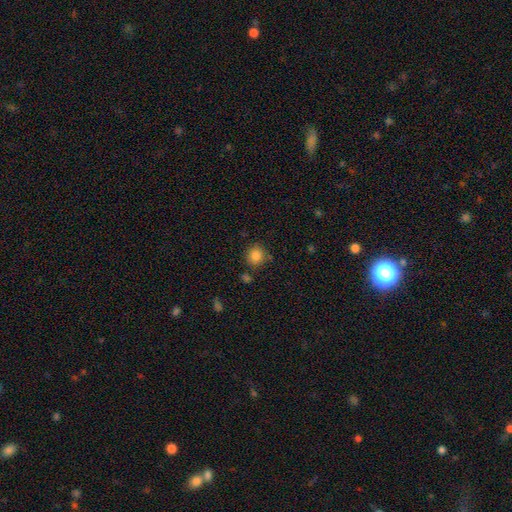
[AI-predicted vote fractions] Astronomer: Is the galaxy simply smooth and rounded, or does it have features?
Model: smooth — 84%.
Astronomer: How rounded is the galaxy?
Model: round — 86%.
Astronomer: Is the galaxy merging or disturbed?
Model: none — 82%.